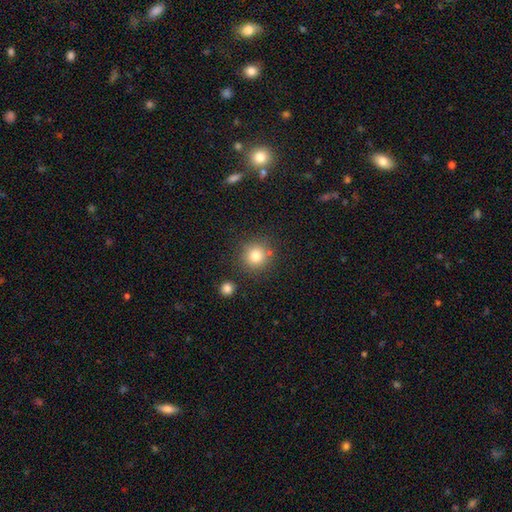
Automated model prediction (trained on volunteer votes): This is clearly a smooth galaxy (81%). How rounded: clearly round (93%). Merging: clearly none (82%).